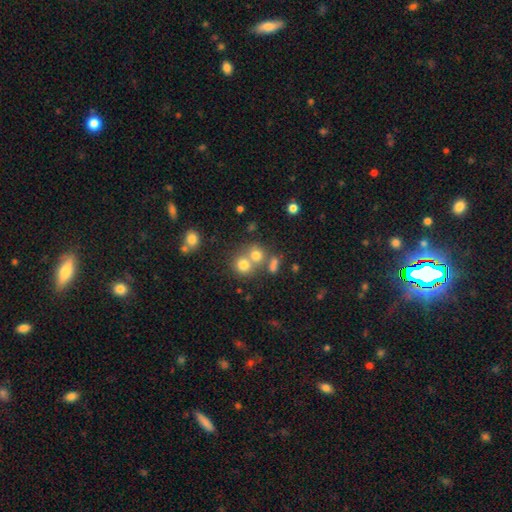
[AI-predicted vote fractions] Overall: smooth (70%). How rounded: round (80%). Merging: none (45%; merger 43%).